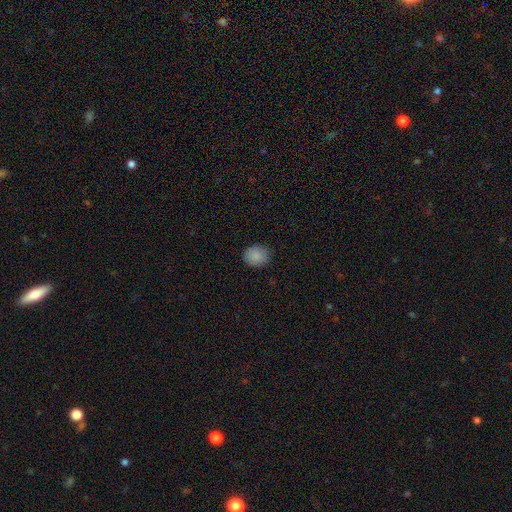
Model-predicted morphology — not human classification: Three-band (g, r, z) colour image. It shows a smooth galaxy with no disk features (87%) that is round (67%). Merging: none (85%).